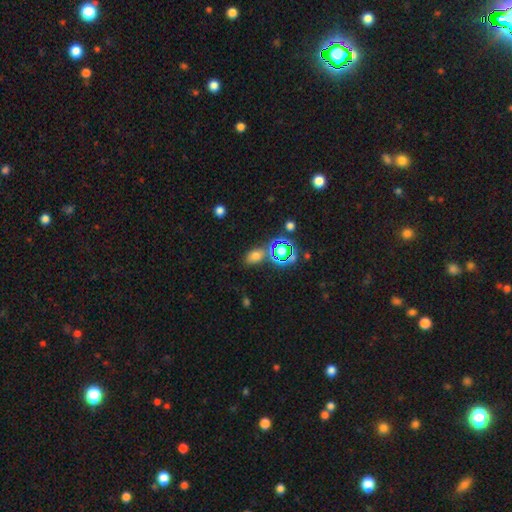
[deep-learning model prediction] Overall: smooth (62%; star or artifact 29%). How rounded: in between (78%). Merging: none (70%).